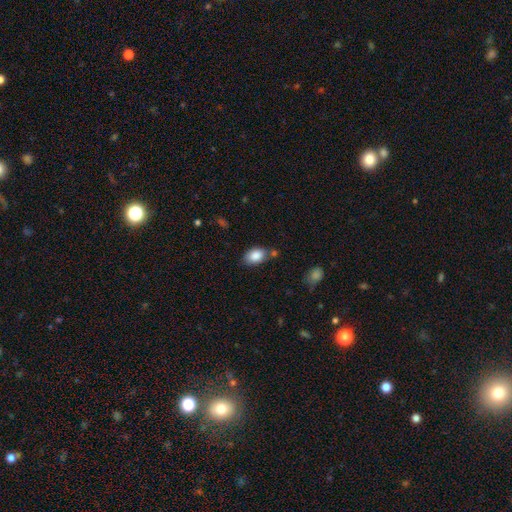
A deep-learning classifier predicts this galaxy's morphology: smooth-or-featured: smooth: 87% | star or artifact: 7% | featured or disk: 6%
  how-rounded: in between: 87% | round: 12% | cigar-shaped: 1%
  merging: none: 68% | minor disturbance: 19% | merger: 9% | major disturbance: 4%